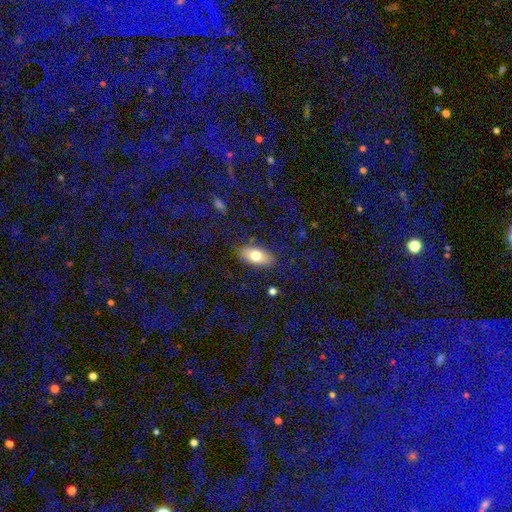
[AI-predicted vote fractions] Smooth or featured? smooth (73%)
How rounded? in between (88%)
Merging? none (84%)